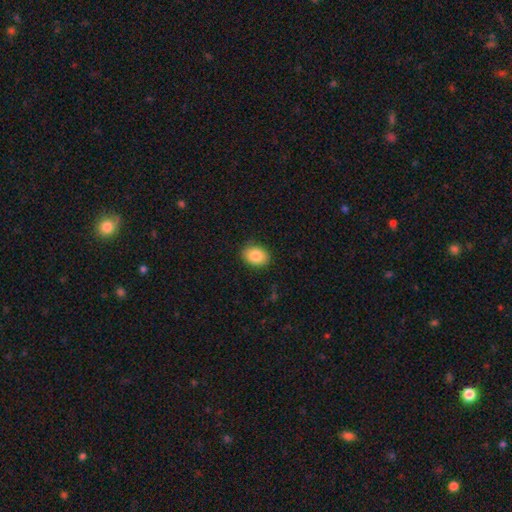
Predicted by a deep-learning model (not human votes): Smooth or featured: smooth — 85% (star or artifact — 8%)
How rounded: in between — 69% (round — 30%)
Merging: none — 88% (minor disturbance — 9%)